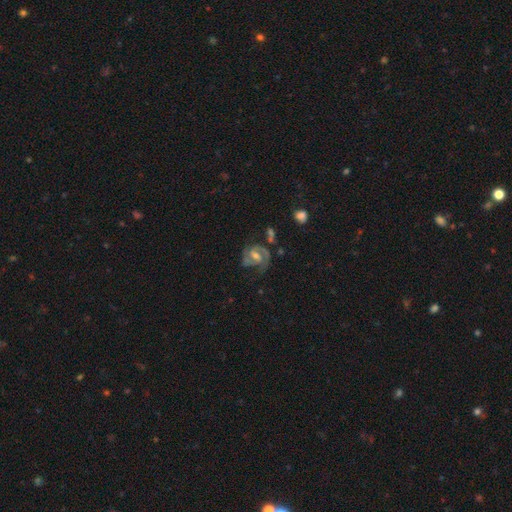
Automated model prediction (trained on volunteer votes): featured or disk 85%, smooth 9%, star or artifact 6%. Down the decision tree: edge-on disk — no (98%); bar — weak (53%); spiral arms — yes (96%); spiral arm count — 2 (81%); spiral winding — medium (48%); bulge size — moderate (60%); merging — none (62%).